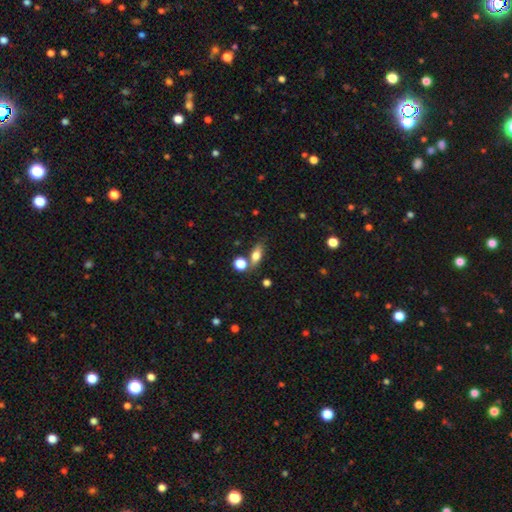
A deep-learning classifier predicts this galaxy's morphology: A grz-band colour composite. It shows a smooth galaxy with no disk features (71%) that is in between round and cigar-shaped (68%). Merging: none (68%).